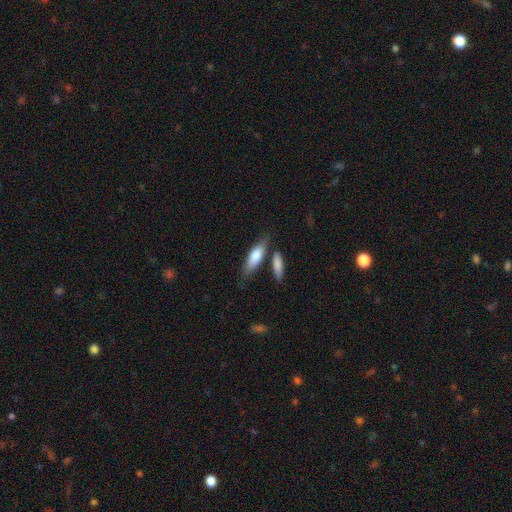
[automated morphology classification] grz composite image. It shows a smooth galaxy with no disk features (75%) that is in between round and cigar-shaped (50%). Merging: none (64%).